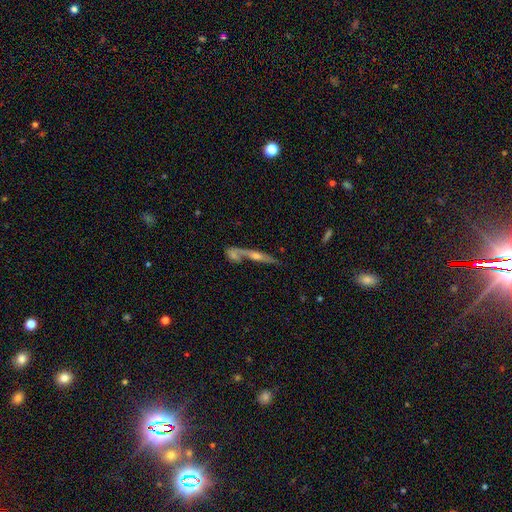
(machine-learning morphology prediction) This is likely a featured or disk galaxy (68%). It is clearly viewed edge-on (85%). Edge-on bulge: clearly rounded (86%). Merging: possibly none (46%).